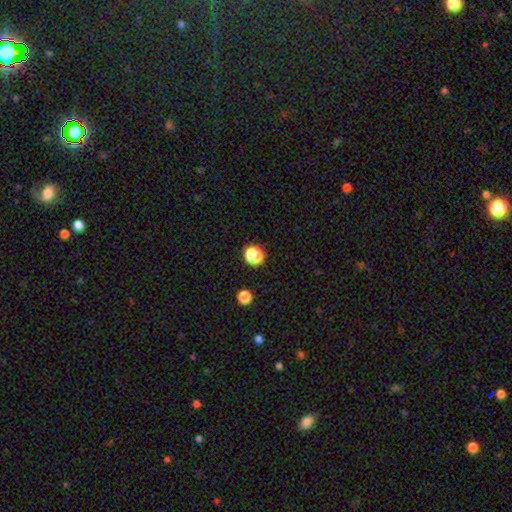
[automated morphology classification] Overall: smooth (76%). How rounded: round (76%). Merging: none (86%).